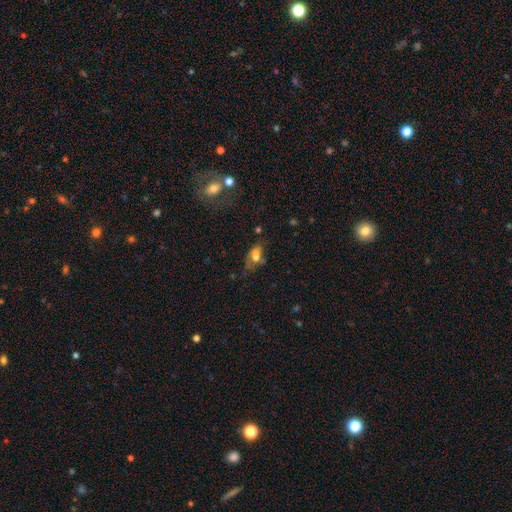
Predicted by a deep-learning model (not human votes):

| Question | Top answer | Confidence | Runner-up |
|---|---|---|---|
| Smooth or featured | smooth | 56% | featured or disk (29%) |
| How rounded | in between | 85% | round (9%) |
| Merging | none | 34% | minor disturbance (25%) |